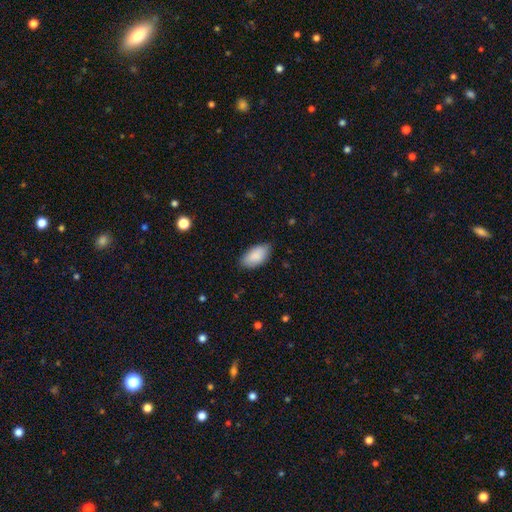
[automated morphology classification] This is clearly a smooth galaxy (89%). How rounded: clearly in between (94%). Merging: clearly none (81%).